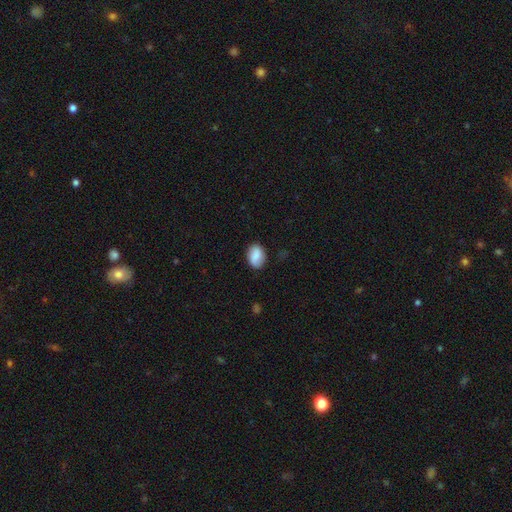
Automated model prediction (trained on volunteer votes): smooth_or_featured: smooth (p=0.82) [alt: featured or disk p=0.10]
how_rounded: in between (p=0.82) [alt: round p=0.17]
merging: none (p=0.83) [alt: minor disturbance p=0.13]